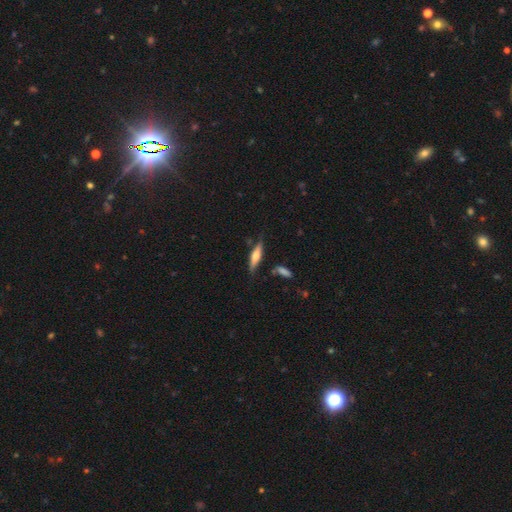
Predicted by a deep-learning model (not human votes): This appears to be a featured or disk galaxy (52%) viewed edge-on (94%). Merging: none (77%).